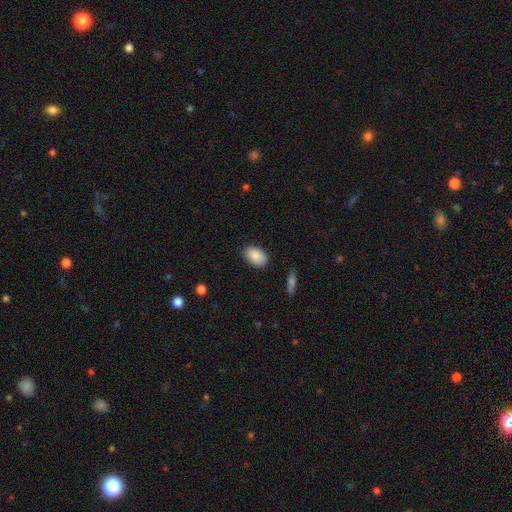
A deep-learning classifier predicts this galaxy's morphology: Smooth or featured: smooth — 88% (star or artifact — 7%)
How rounded: in between — 90% (round — 9%)
Merging: none — 85% (minor disturbance — 12%)